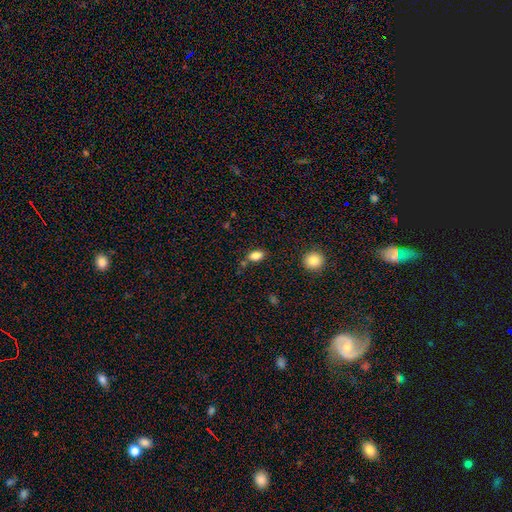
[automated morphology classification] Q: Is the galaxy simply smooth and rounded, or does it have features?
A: smooth — 84%.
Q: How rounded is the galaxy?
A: in between — 84%.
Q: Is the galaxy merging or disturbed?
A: none — 74%.